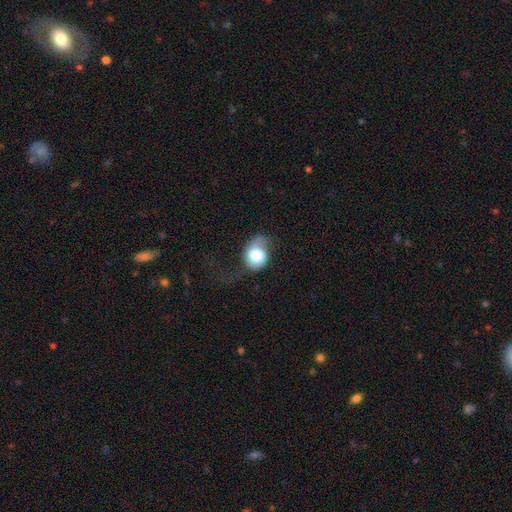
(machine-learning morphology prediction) The model was most divided on "merging": major disturbance: 38%, minor disturbance: 32%, none: 27%, merger: 3%. More confident: smooth or featured — smooth (66%); how rounded — round (56%).